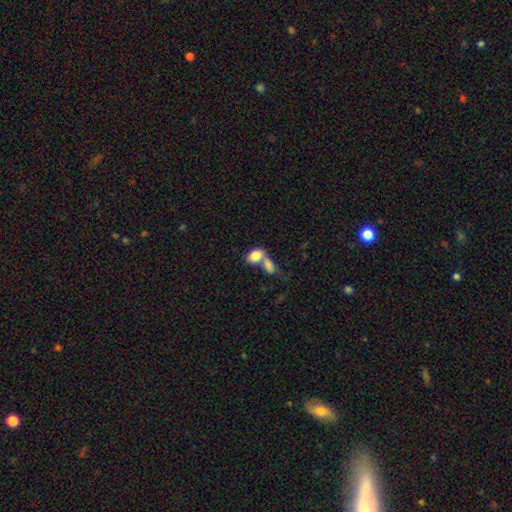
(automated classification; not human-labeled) A smooth galaxy with no disk features (81%) that is in between round and cigar-shaped (85%).

Vote fractions:
- Smooth or featured? smooth: 81% / featured or disk: 12% / star or artifact: 7%
- How rounded? in between: 85% / round: 12% / cigar-shaped: 2%
- Merging? merger: 62% / none: 25% / minor disturbance: 8% / major disturbance: 5%